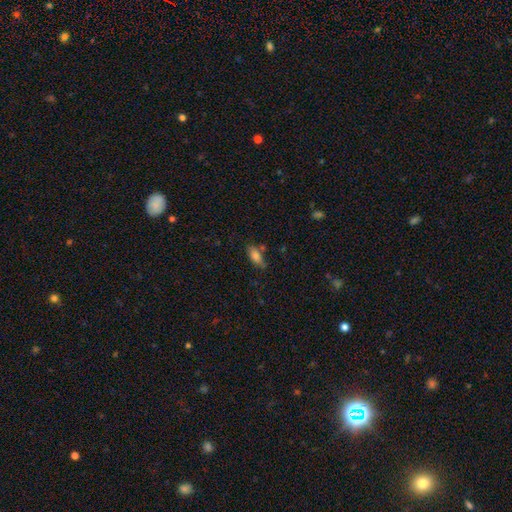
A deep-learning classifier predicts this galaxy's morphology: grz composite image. It shows a smooth galaxy with no disk features (78%) that is in between round and cigar-shaped (82%). Merging: none (58%).